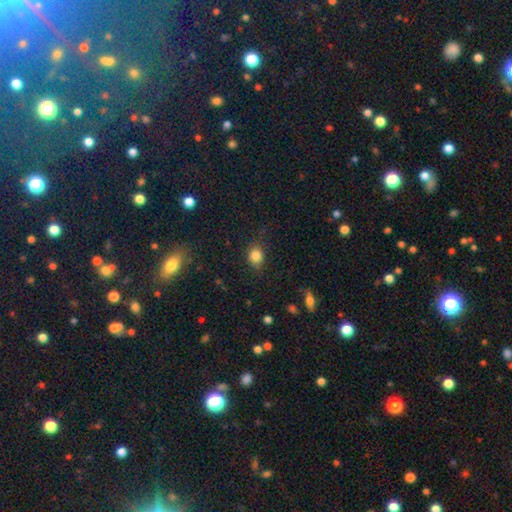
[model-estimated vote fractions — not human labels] This is clearly a smooth galaxy (82%). How rounded: possibly round (54%). Merging: likely none (78%).